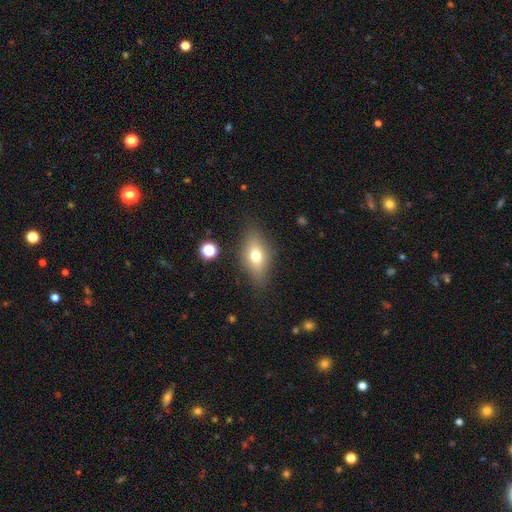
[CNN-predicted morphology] type=smooth (68%); roundness=in between (79%); merging=none (79%).